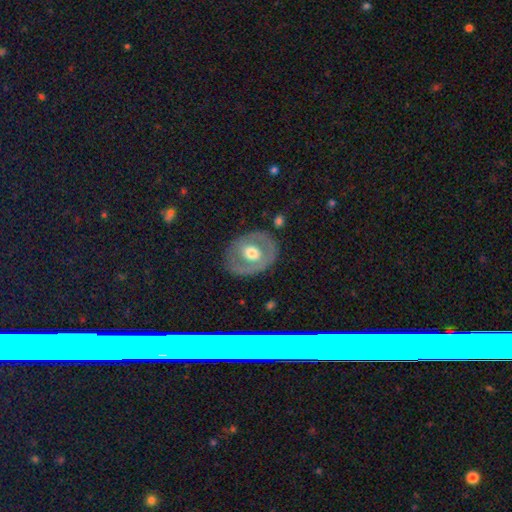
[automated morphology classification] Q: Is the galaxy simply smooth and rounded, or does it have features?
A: featured or disk — 48%.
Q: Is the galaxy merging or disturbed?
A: none — 84%.